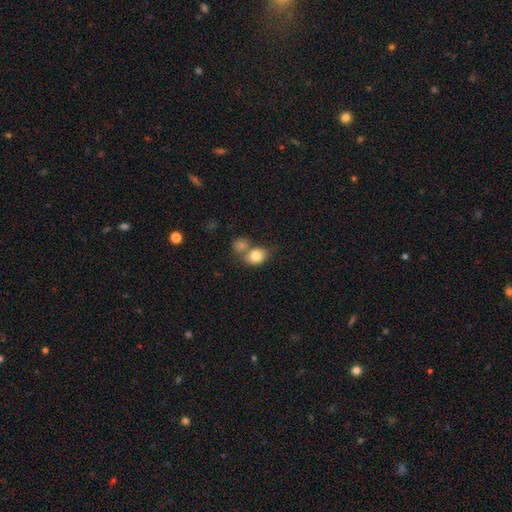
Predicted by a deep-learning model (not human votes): Q: Smooth or featured?
A: smooth (81%); runner-up: featured or disk (10%)
Q: How rounded?
A: round (57%); runner-up: in between (42%)
Q: Merging?
A: merger (45%); runner-up: none (39%)